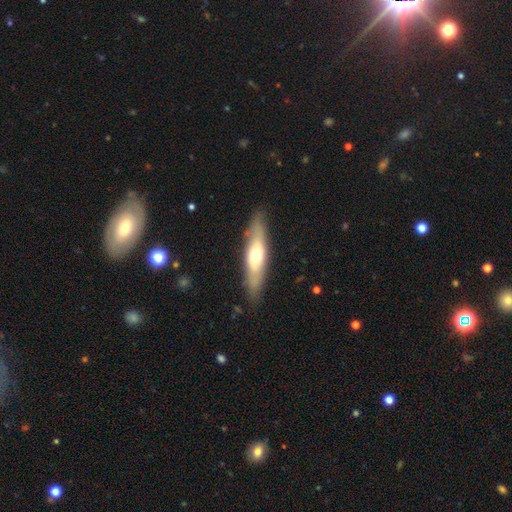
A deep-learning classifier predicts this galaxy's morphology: smooth_or_featured: featured or disk (p=0.48) [alt: smooth p=0.46]
merging: none (p=0.85) [alt: minor disturbance p=0.11]